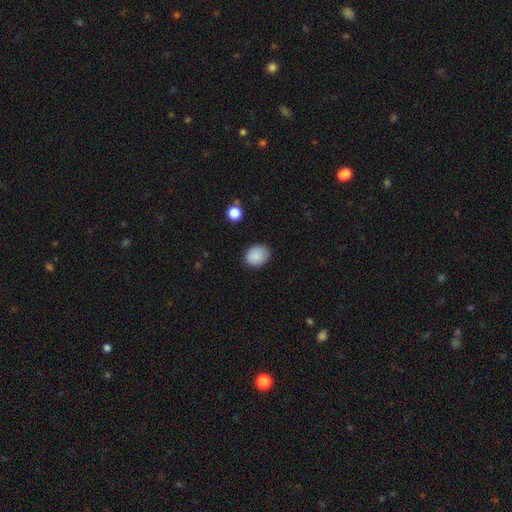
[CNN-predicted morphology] A smooth galaxy with no disk features (87%) that is in between round and cigar-shaped (57%). Merging: none (82%).